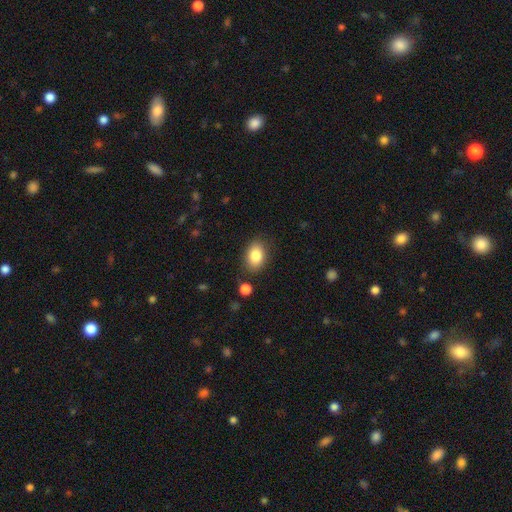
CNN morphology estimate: type=smooth (84%); roundness=in between (82%); merging=none (82%).